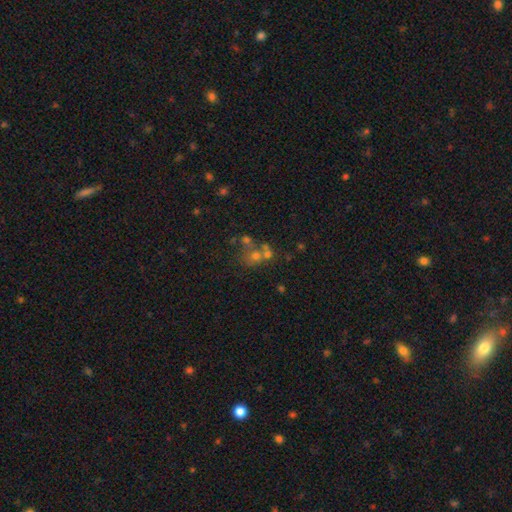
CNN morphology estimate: Smooth or featured? Predicted: smooth (p=0.43). Merging? Predicted: merger (p=0.44).